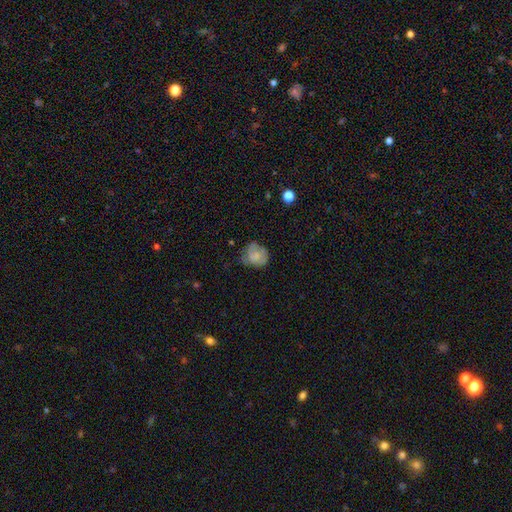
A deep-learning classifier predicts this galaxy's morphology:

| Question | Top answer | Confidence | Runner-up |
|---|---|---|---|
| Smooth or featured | smooth | 66% | featured or disk (25%) |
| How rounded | round | 67% | in between (32%) |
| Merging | none | 48% | minor disturbance (34%) |